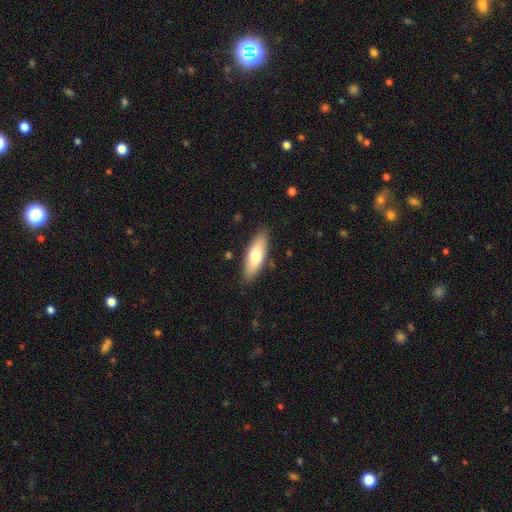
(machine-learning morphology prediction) Smooth or featured?
  - smooth: 71% *
  - featured or disk: 24%
  - star or artifact: 6%
How rounded?
  - in between: 62% *
  - cigar-shaped: 36%
  - round: 2%
Merging?
  - none: 86% *
  - minor disturbance: 10%
  - major disturbance: 2%
  - merger: 1%